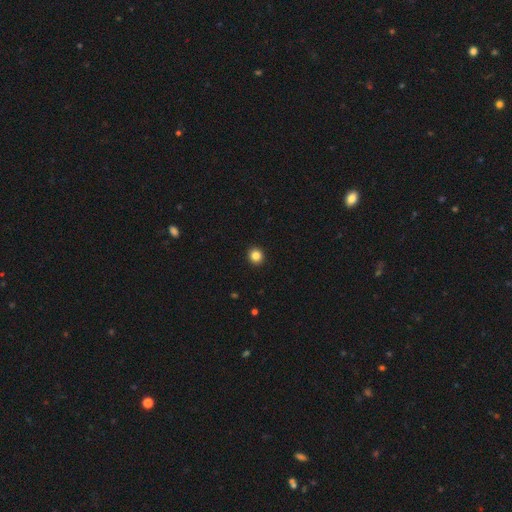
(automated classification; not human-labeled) Smooth or featured? Predicted: smooth (p=0.85). How rounded? Predicted: round (p=0.90). Merging? Predicted: none (p=0.94).